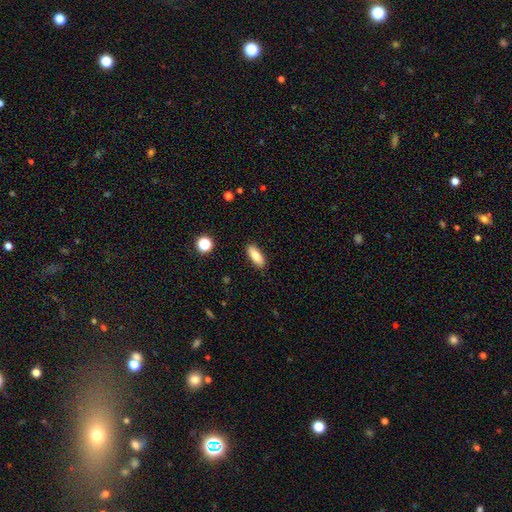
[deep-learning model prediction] Smooth or featured: smooth — 82% (featured or disk — 10%)
How rounded: in between — 70% (cigar-shaped — 27%)
Merging: none — 89% (minor disturbance — 8%)